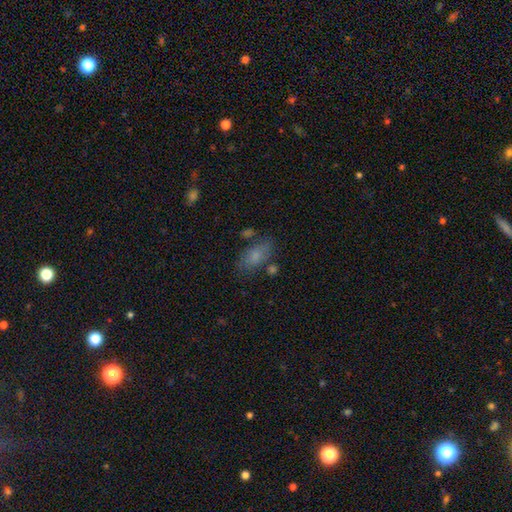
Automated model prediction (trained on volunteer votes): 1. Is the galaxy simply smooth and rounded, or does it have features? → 73% smooth, 17% featured or disk, 10% star or artifact.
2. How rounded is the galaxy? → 88% in between, 6% cigar-shaped, 6% round.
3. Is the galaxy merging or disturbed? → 65% none, 19% minor disturbance, 9% merger, 7% major disturbance.